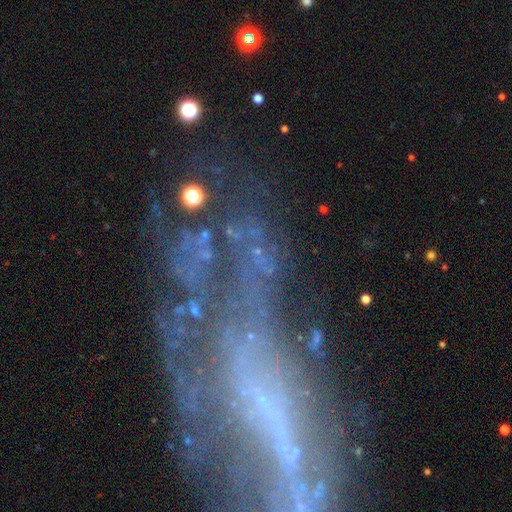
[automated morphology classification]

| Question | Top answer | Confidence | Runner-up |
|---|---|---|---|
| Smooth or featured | featured or disk | 66% | star or artifact (20%) |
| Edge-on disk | no | 82% | yes (18%) |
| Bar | no | 46% | strong (27%) |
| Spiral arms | yes | 52% | no (48%) |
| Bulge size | none | 56% | small (31%) |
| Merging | none | 42% | major disturbance (33%) |